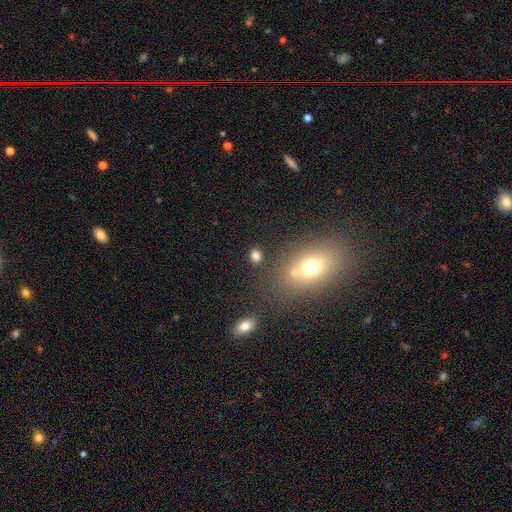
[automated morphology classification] smooth_or_featured: smooth (p=0.78) [alt: star or artifact p=0.15]
how_rounded: round (p=0.50) [alt: in between p=0.48]
merging: none (p=0.80) [alt: minor disturbance p=0.09]